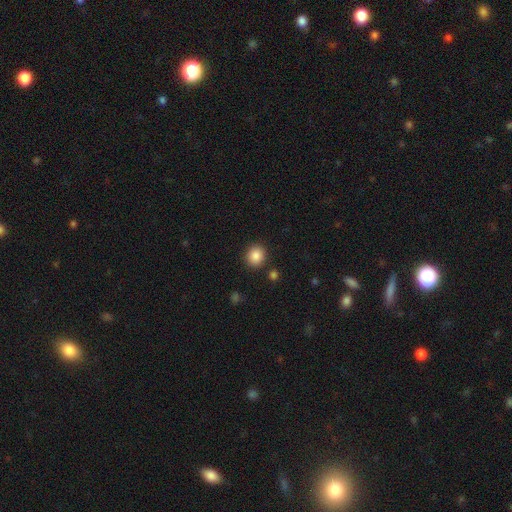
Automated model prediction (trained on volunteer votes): This appears to be a smooth galaxy with no disk features (87%) that is round (83%). Merging: none (88%).